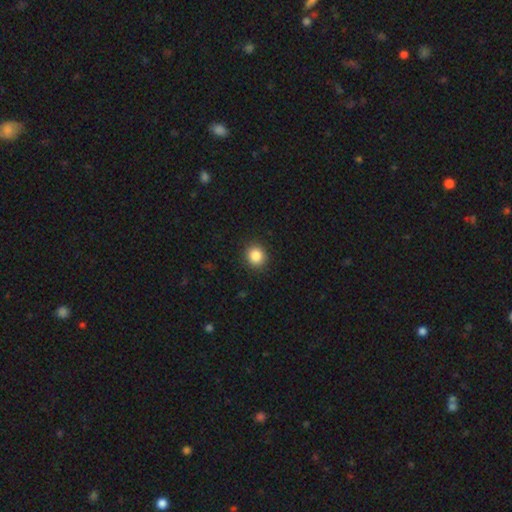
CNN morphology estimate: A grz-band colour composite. It shows a smooth galaxy with no disk features (86%) that is round (84%). Merging: none (91%).